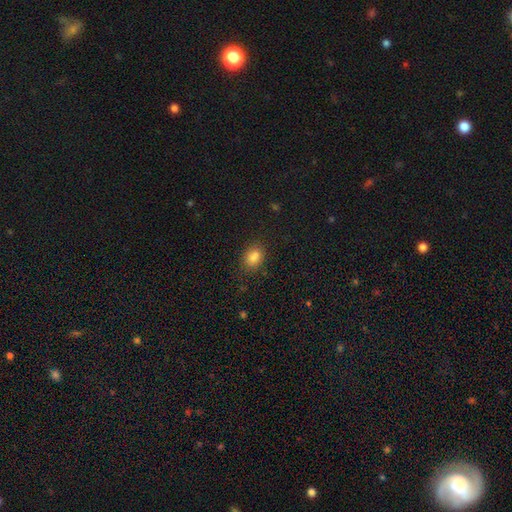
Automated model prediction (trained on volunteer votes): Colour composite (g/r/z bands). It shows a smooth galaxy with no disk features (83%) that is in between round and cigar-shaped (69%). Merging: none (81%).